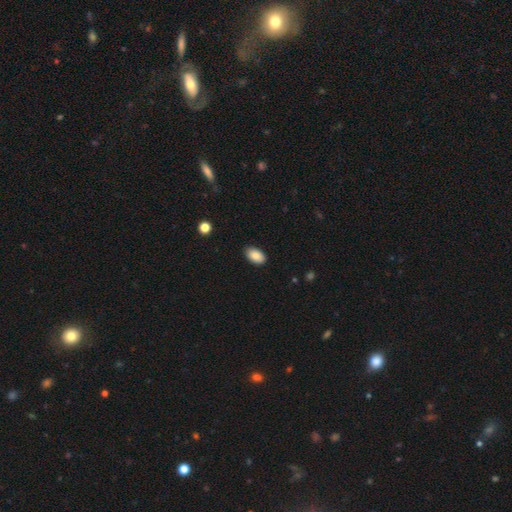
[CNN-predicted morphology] Smooth or featured? Predicted: smooth (p=0.87). How rounded? Predicted: in between (p=0.93). Merging? Predicted: none (p=0.85).